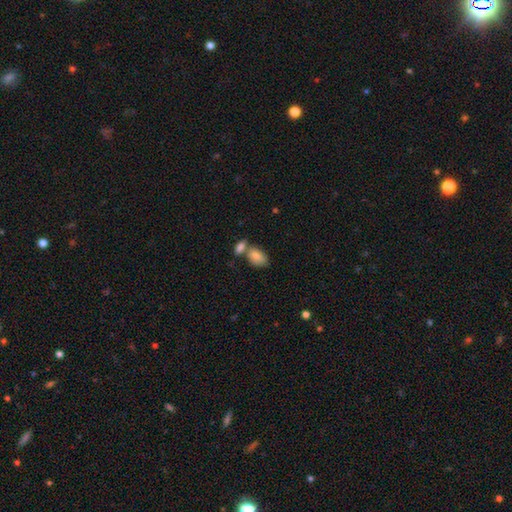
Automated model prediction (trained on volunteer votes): Q: Smooth or featured?
A: smooth (83%); runner-up: featured or disk (9%)
Q: How rounded?
A: in between (88%); runner-up: round (10%)
Q: Merging?
A: merger (42%); runner-up: none (41%)